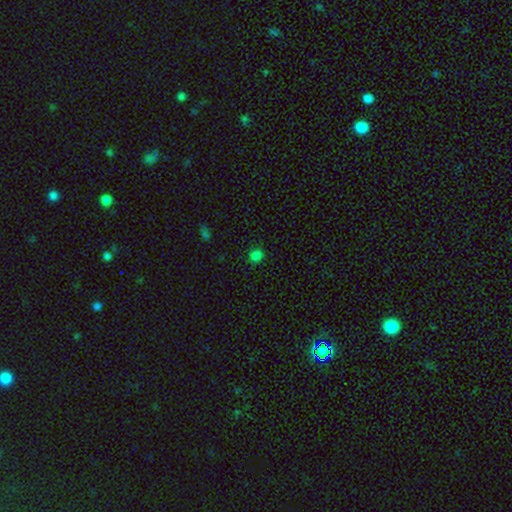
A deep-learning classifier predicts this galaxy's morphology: A smooth galaxy with no disk features (80%) that is round (74%).

Vote fractions:
- Smooth or featured? smooth: 80% / star or artifact: 17% / featured or disk: 3%
- How rounded? round: 74% / in between: 25% / cigar-shaped: 1%
- Merging? none: 87% / minor disturbance: 9% / major disturbance: 2% / merger: 2%